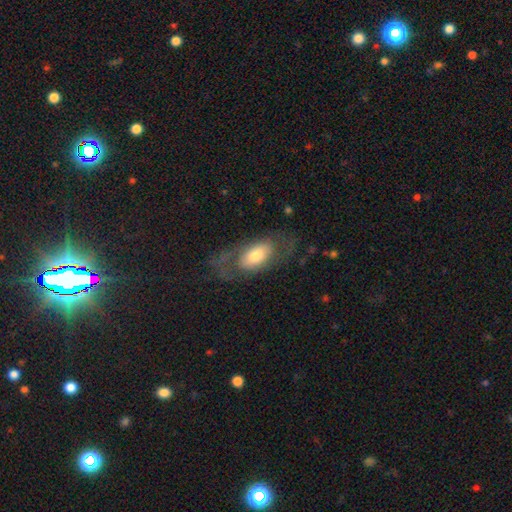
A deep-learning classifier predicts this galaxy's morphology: Smooth or featured? smooth (48%)
Merging? none (60%)